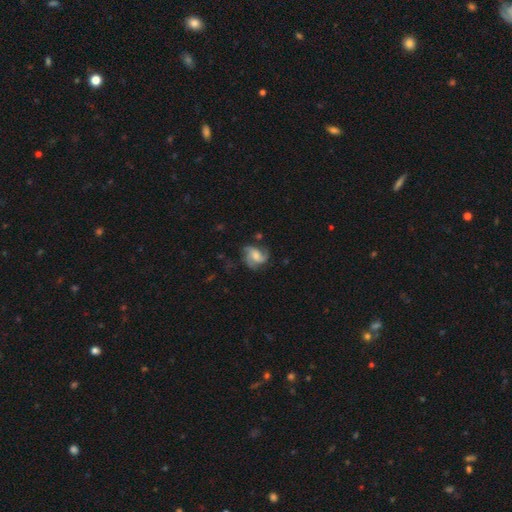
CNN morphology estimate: Smooth or featured: featured or disk — 79% (smooth — 15%)
Edge-on disk: no — 98% (yes — 2%)
Bar: no — 53% (weak — 37%)
Spiral arms: yes — 96% (no — 4%)
Spiral winding: medium — 51% (loose — 25%)
Spiral arm count: 3 — 55% (2 — 25%)
Bulge size: moderate — 49% (small — 31%)
Merging: none — 65% (minor disturbance — 20%)